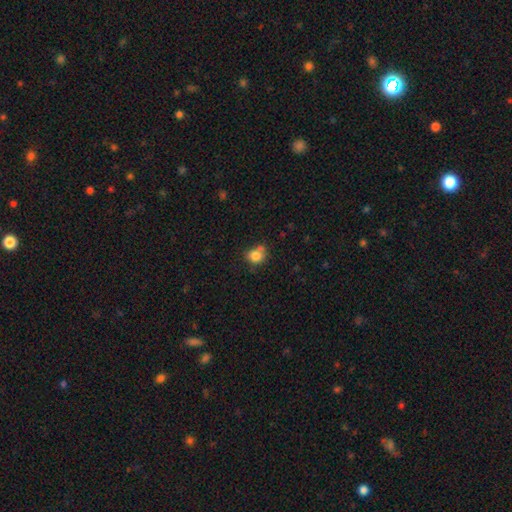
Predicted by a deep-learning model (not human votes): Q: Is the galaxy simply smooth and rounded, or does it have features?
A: smooth — 81%.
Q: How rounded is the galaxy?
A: round — 71%.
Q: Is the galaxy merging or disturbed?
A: none — 55%.